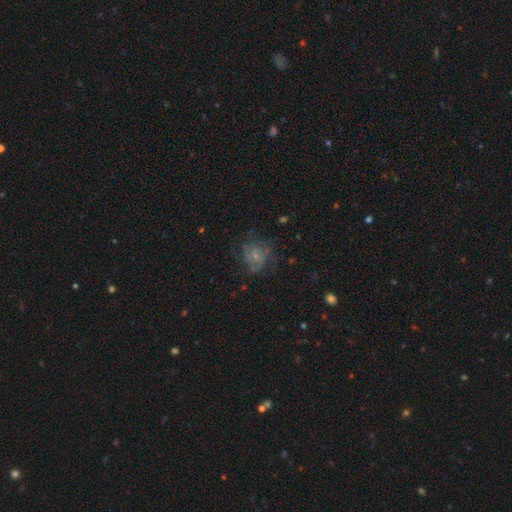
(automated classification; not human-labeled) A featured or disk galaxy (52%) with no bar (79%), spiral arms (71%) and a small central bulge (65%). Merging: none (53%).